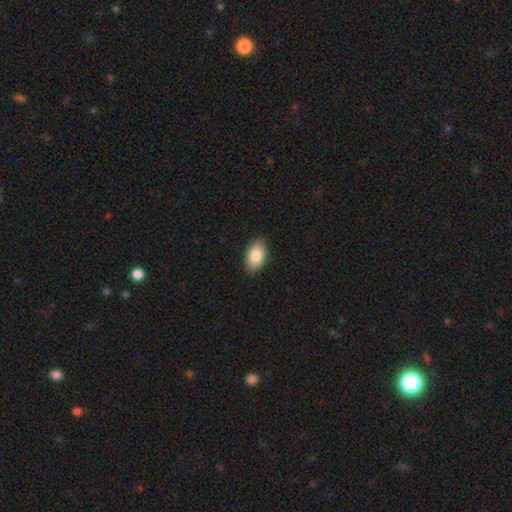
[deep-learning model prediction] The model was most divided on "smooth or featured": smooth: 84%, featured or disk: 10%, star or artifact: 6%. More confident: how rounded — in between (92%); merging — none (89%).